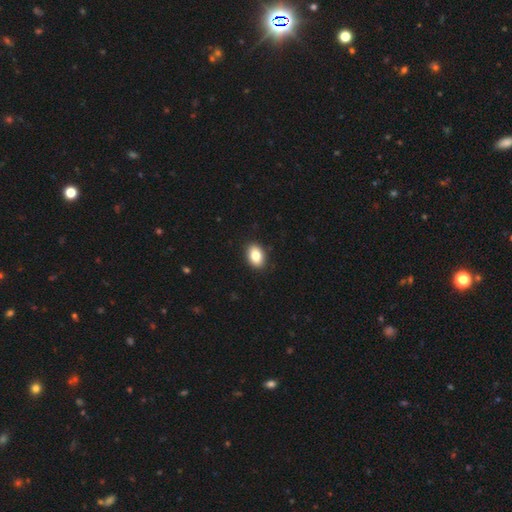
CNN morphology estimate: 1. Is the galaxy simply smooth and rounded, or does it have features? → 84% smooth, 8% featured or disk, 8% star or artifact.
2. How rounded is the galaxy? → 83% in between, 16% round, 1% cigar-shaped.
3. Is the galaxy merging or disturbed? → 90% none, 7% minor disturbance, 2% major disturbance, 1% merger.